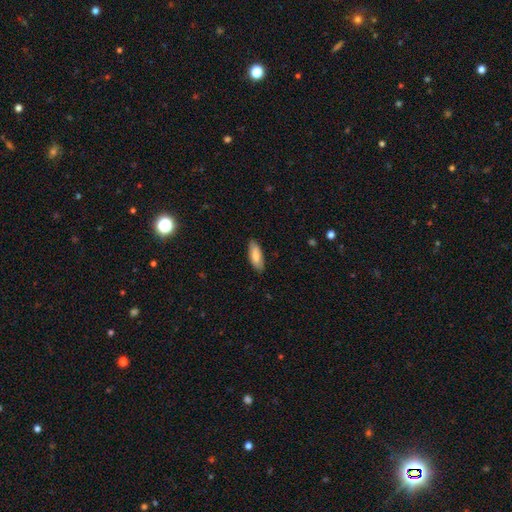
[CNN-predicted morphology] Smooth or featured? smooth (78%)
How rounded? in between (73%)
Merging? none (86%)